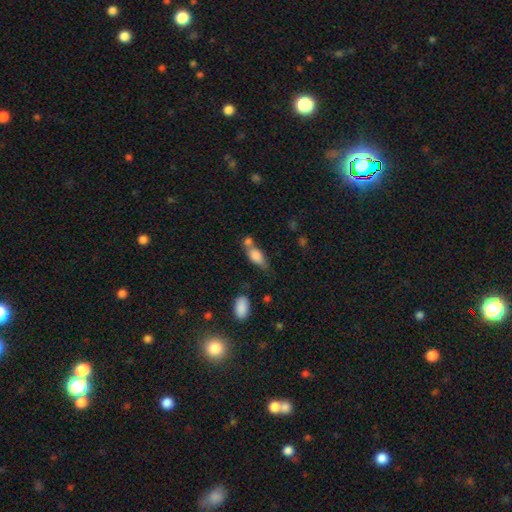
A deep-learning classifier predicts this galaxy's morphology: smooth-or-featured: smooth: 79% | featured or disk: 12% | star or artifact: 8%
  how-rounded: in between: 80% | cigar-shaped: 14% | round: 6%
  merging: merger: 39% | none: 35% | minor disturbance: 18% | major disturbance: 8%